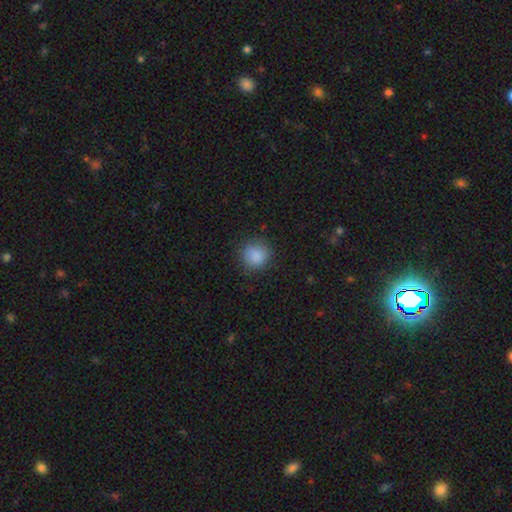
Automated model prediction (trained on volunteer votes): Smooth or featured? smooth (87%)
How rounded? round (90%)
Merging? none (85%)